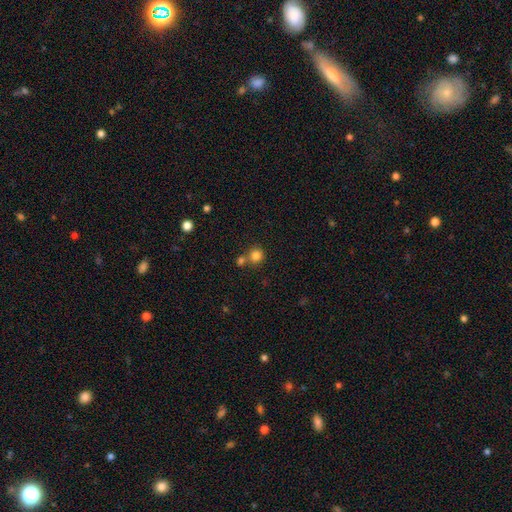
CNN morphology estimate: smooth 82%, star or artifact 12%, featured or disk 6%. Down the decision tree: how rounded — round (92%); merging — none (63%).